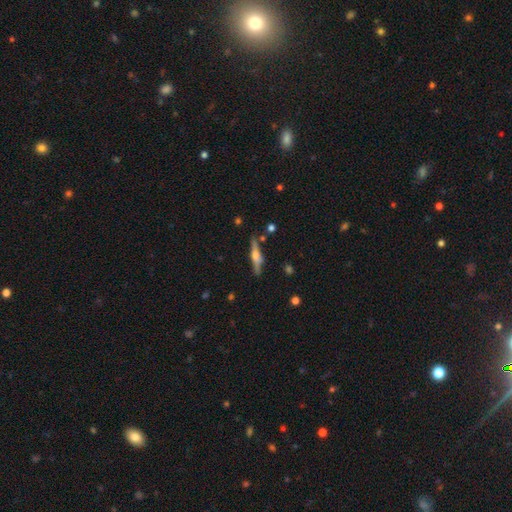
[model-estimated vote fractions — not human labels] This is likely a featured or disk galaxy (62%). It is clearly viewed edge-on (95%). Edge-on bulge: likely rounded (80%). Merging: likely none (79%).